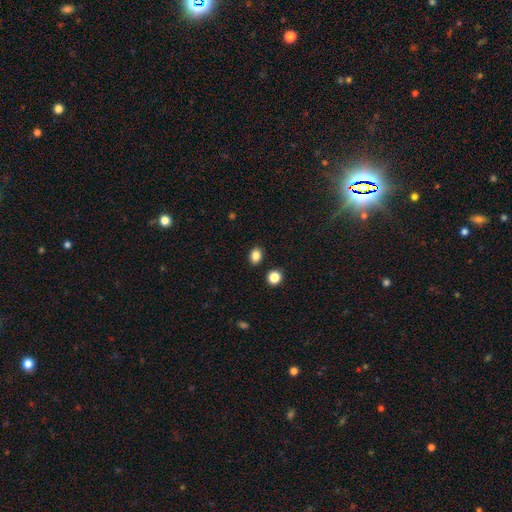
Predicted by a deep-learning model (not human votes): This appears to be a smooth galaxy with no disk features (85%) that is in between round and cigar-shaped (57%). Merging: none (87%).